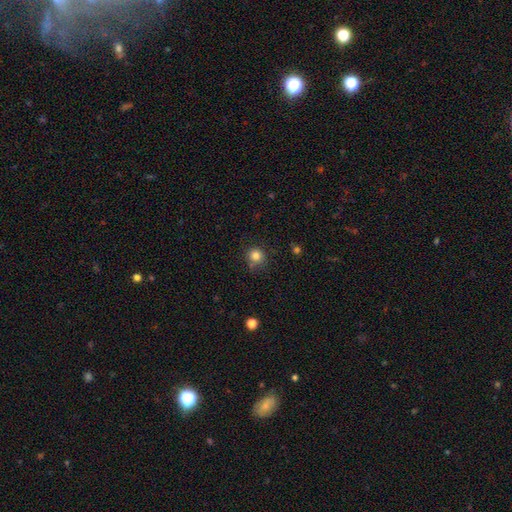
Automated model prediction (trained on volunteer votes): The model was most divided on "merging": none: 76%, minor disturbance: 16%, merger: 4%, major disturbance: 4%. More confident: how rounded — round (90%); smooth or featured — smooth (82%).